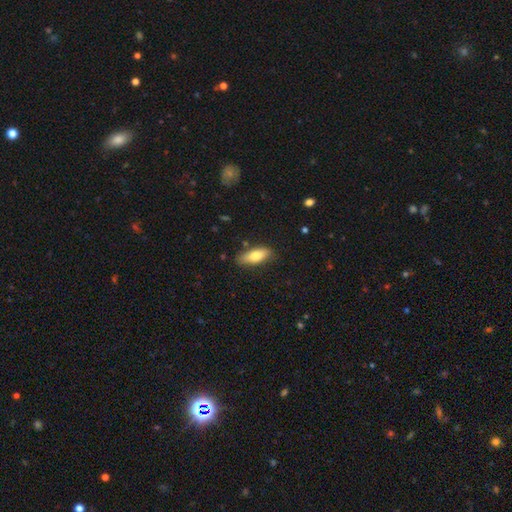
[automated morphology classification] This appears to be a smooth galaxy with no disk features (76%) that is in between round and cigar-shaped (72%). Merging: none (81%).